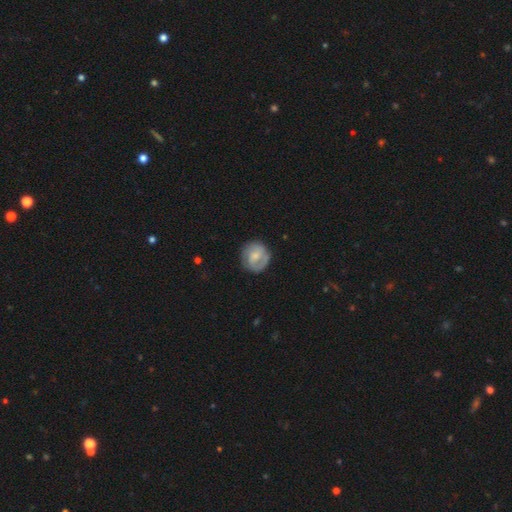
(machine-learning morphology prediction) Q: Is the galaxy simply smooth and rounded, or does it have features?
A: featured or disk — 48%.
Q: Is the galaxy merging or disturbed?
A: none — 74%.